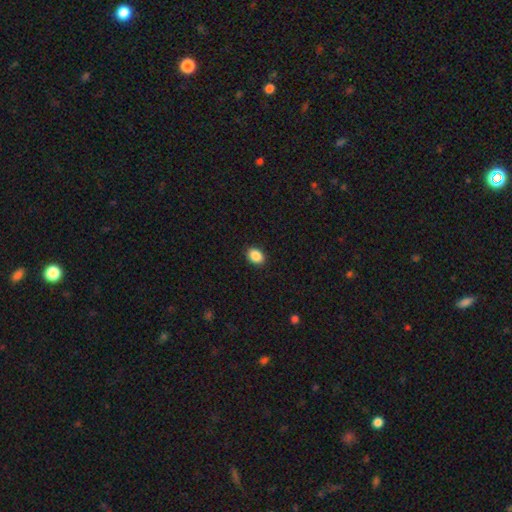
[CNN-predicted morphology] A smooth galaxy with no disk features (89%) that is in between round and cigar-shaped (70%). Merging: none (91%).